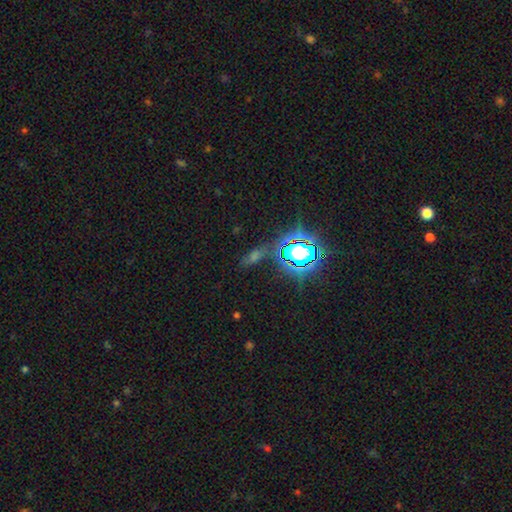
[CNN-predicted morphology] Overall: star or artifact (61%; smooth 25%).